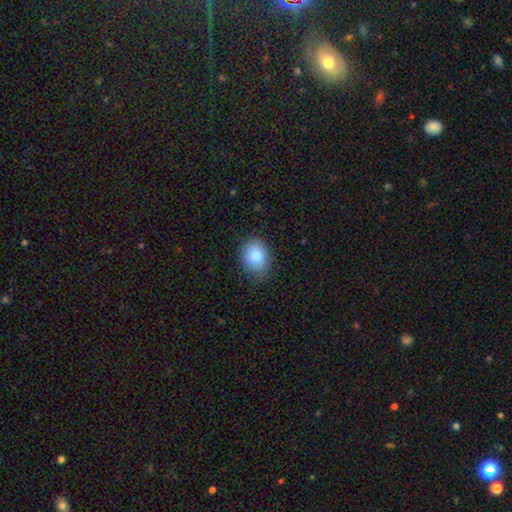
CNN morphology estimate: Overall: smooth (88%). How rounded: in between (55%; round 44%). Merging: none (72%).